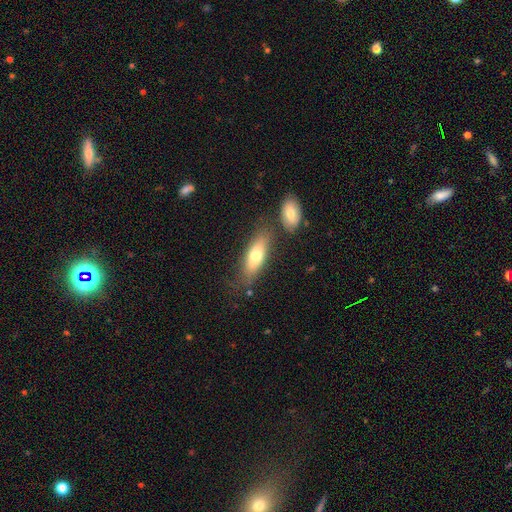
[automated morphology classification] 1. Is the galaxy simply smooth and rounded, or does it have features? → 70% smooth, 23% featured or disk, 7% star or artifact.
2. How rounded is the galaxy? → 65% in between, 32% cigar-shaped, 3% round.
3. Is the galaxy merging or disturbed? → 69% none, 15% minor disturbance, 11% merger, 5% major disturbance.